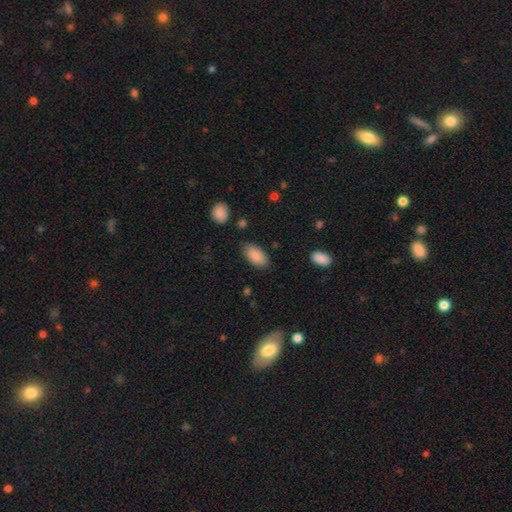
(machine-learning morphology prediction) Smooth or featured?
  - smooth: 88% *
  - star or artifact: 7%
  - featured or disk: 6%
How rounded?
  - in between: 94% *
  - cigar-shaped: 3%
  - round: 3%
Merging?
  - none: 83% *
  - minor disturbance: 12%
  - major disturbance: 3%
  - merger: 2%